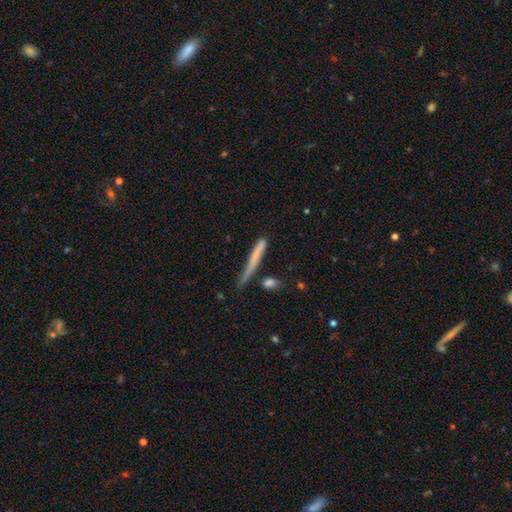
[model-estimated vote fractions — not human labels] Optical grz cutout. It shows a smooth galaxy with no disk features (64%) that is cigar-shaped (96%). Merging: none (65%).